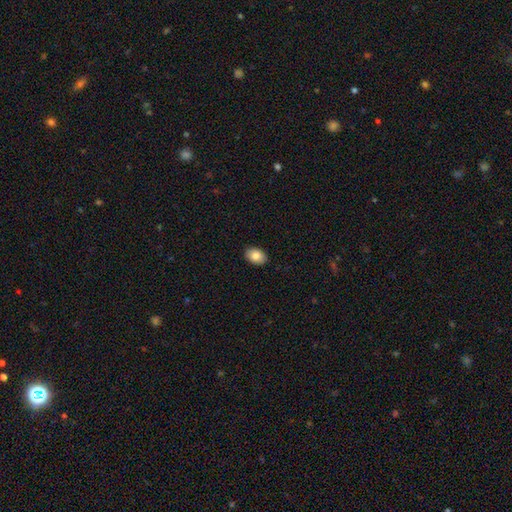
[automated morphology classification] A smooth galaxy with no disk features (84%) that is in between round and cigar-shaped (83%).

Vote fractions:
- Smooth or featured? smooth: 84% / featured or disk: 8% / star or artifact: 8%
- How rounded? in between: 83% / round: 16% / cigar-shaped: 1%
- Merging? none: 90% / minor disturbance: 7% / major disturbance: 2% / merger: 1%